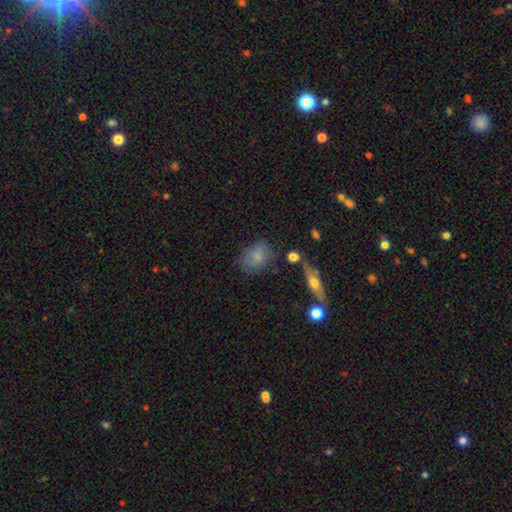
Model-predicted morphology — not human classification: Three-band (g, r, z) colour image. It shows a smooth galaxy with no disk features (74%) that is in between round and cigar-shaped (70%). Merging: none (66%).